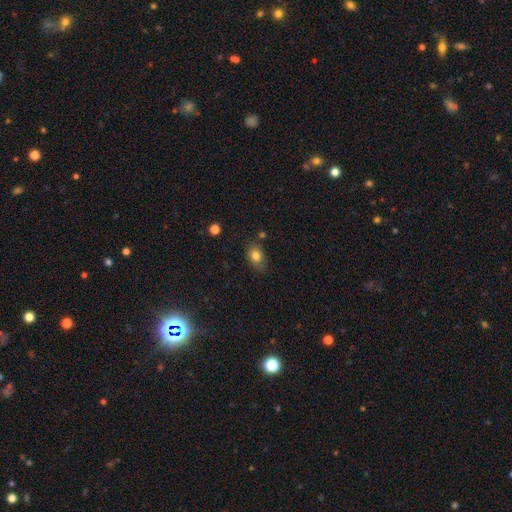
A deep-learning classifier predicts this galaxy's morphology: Smooth or featured? Predicted: smooth (p=0.80). How rounded? Predicted: in between (p=0.70). Merging? Predicted: none (p=0.70).